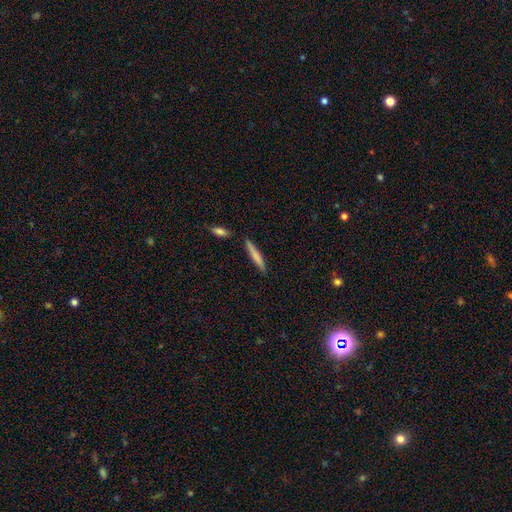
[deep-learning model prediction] Morphology: type=smooth (73%); roundness=cigar-shaped (93%); merging=none (85%).